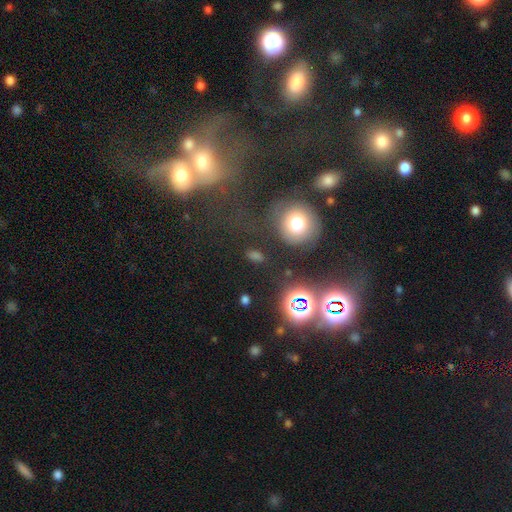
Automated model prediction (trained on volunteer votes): A smooth galaxy with no disk features (52%) that is round (66%). Merging: none (63%).